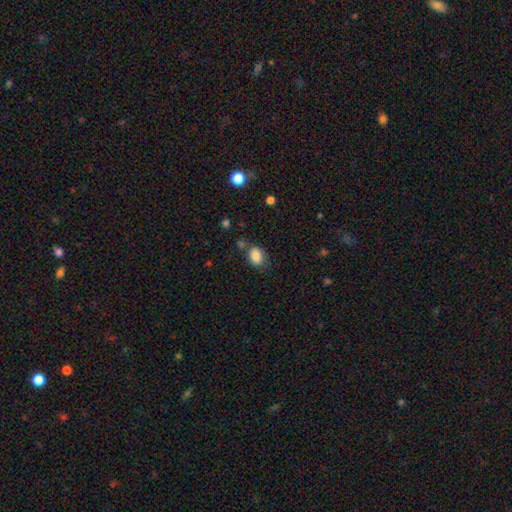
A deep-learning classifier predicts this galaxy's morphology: The model was most divided on "merging": none: 63%, minor disturbance: 22%, merger: 8%, major disturbance: 7%. More confident: smooth or featured — smooth (83%); how rounded — in between (72%).